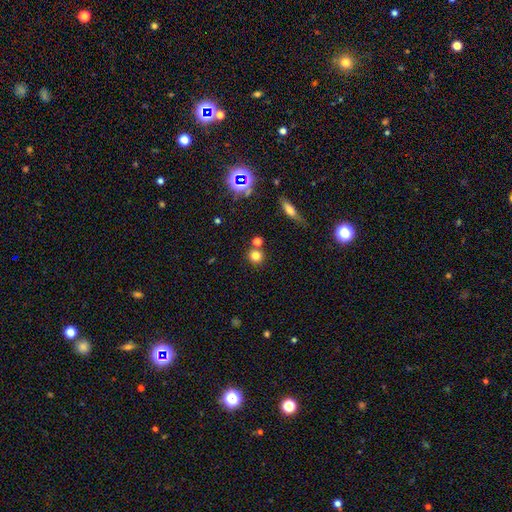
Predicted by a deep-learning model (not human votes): A smooth galaxy with no disk features (76%) that is round (91%). Merging: none (74%).